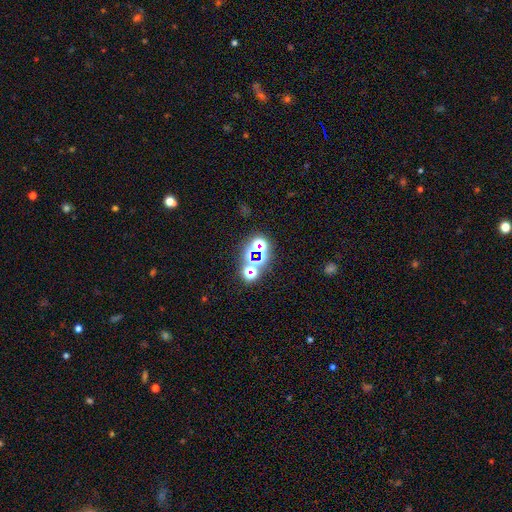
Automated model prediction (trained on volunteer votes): A star or artifact, not a galaxy (66%).